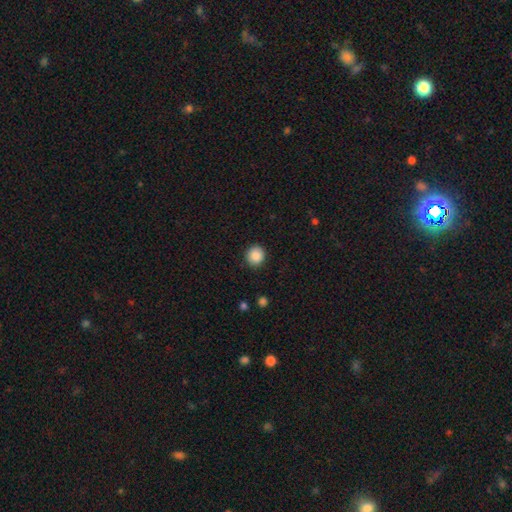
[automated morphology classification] Smooth or featured? Predicted: smooth (p=0.88). How rounded? Predicted: round (p=0.90). Merging? Predicted: none (p=0.90).